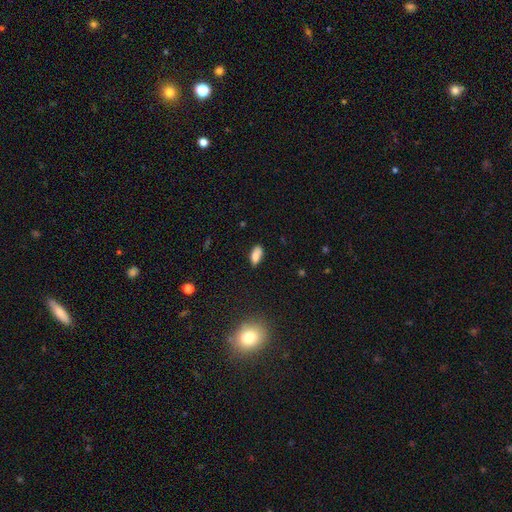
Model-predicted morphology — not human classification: Overall: smooth (79%). How rounded: in between (88%). Merging: none (66%).